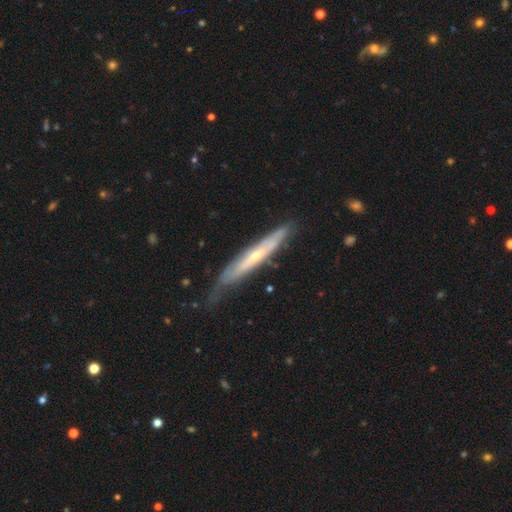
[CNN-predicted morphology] Smooth or featured? Predicted: featured or disk (p=0.69). Edge-on disk? Predicted: yes (p=0.76). Edge-on bulge? Predicted: rounded (p=0.66). Merging? Predicted: none (p=0.63).